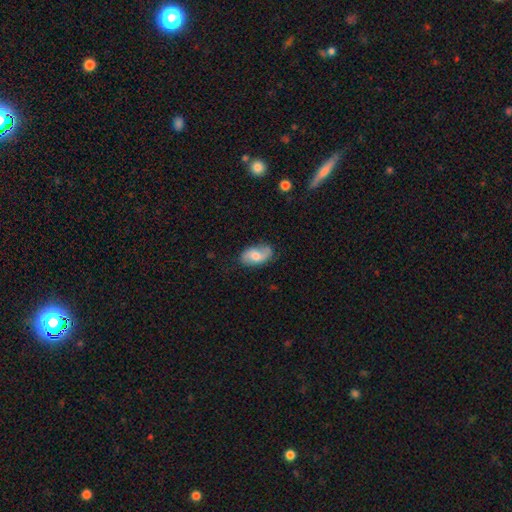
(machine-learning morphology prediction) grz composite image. It shows a smooth galaxy with no disk features (52%) that is in between round and cigar-shaped (92%). Merging: none (69%).